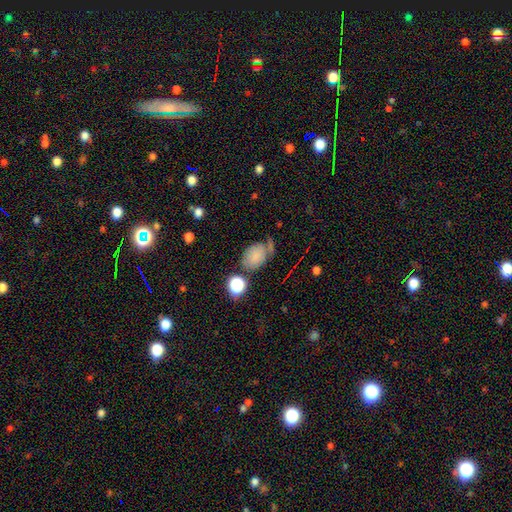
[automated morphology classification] Smooth or featured? Predicted: smooth (p=0.74). How rounded? Predicted: in between (p=0.71). Merging? Predicted: none (p=0.51).